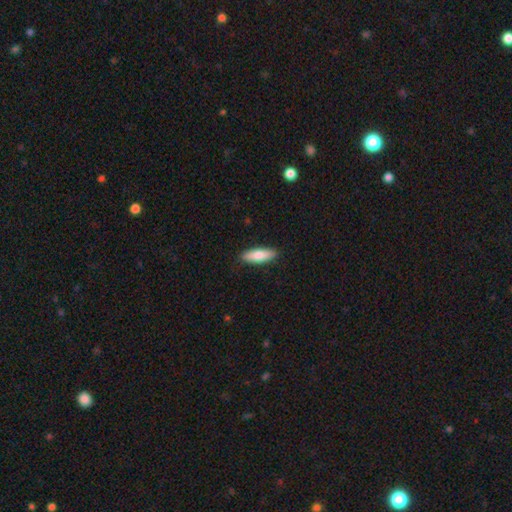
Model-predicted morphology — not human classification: This appears to be a smooth galaxy with no disk features (80%) that is in between round and cigar-shaped (49%, tied with cigar-shaped). Merging: none (89%).